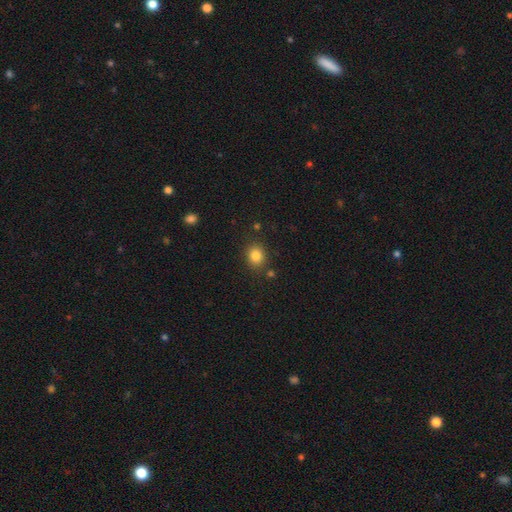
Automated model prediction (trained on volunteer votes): smooth-or-featured: smooth: 84% | star or artifact: 11% | featured or disk: 5%
  how-rounded: round: 69% | in between: 30% | cigar-shaped: 1%
  merging: none: 83% | minor disturbance: 10% | merger: 4% | major disturbance: 3%